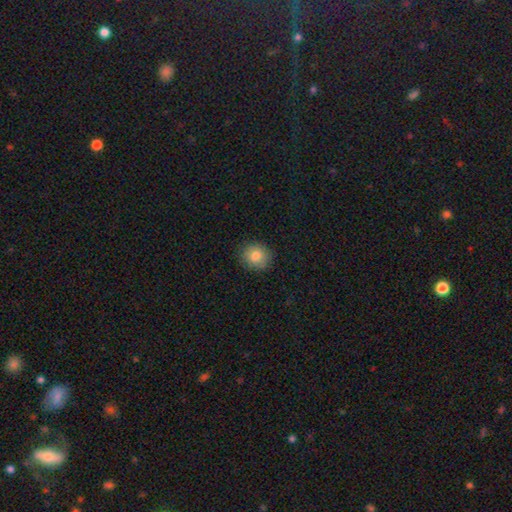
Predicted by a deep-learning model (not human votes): Q: Smooth or featured?
A: smooth (82%); runner-up: star or artifact (10%)
Q: How rounded?
A: round (82%); runner-up: in between (17%)
Q: Merging?
A: none (89%); runner-up: minor disturbance (8%)